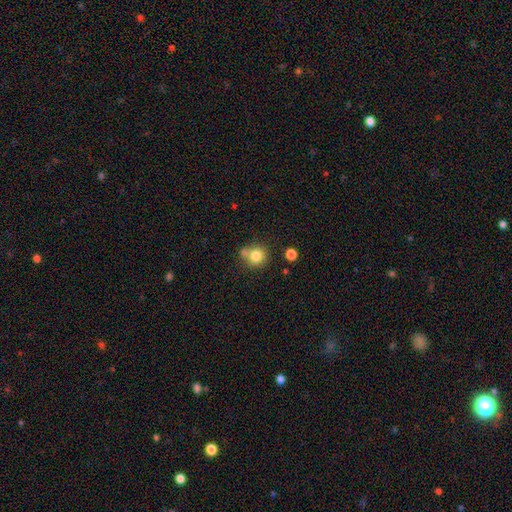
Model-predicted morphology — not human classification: This appears to be a smooth galaxy with no disk features (80%) that is round (88%). Merging: none (61%).